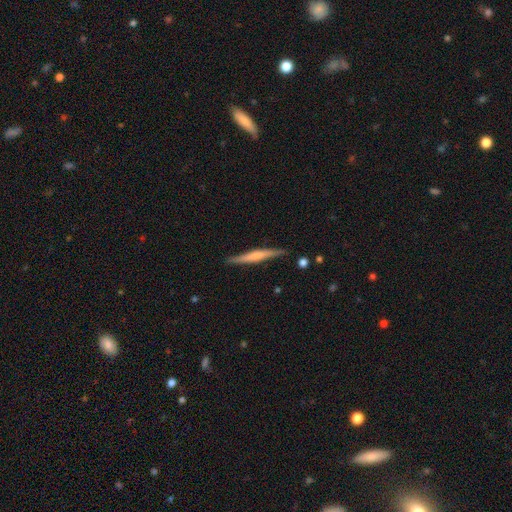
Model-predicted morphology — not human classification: smooth_or_featured: featured or disk (p=0.54) [alt: smooth p=0.41]
disk_edge_on: yes (p=0.97) [alt: no p=0.03]
edge_on_bulge: rounded (p=0.44) [alt: none p=0.34]
merging: none (p=0.87) [alt: minor disturbance p=0.10]